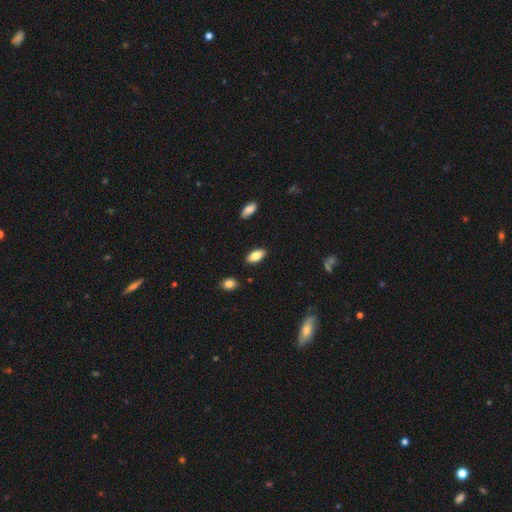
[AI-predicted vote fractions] A smooth galaxy with no disk features (80%) that is in between round and cigar-shaped (90%).

Vote fractions:
- Smooth or featured? smooth: 80% / featured or disk: 13% / star or artifact: 7%
- How rounded? in between: 90% / cigar-shaped: 7% / round: 2%
- Merging? none: 87% / minor disturbance: 9% / major disturbance: 2% / merger: 2%